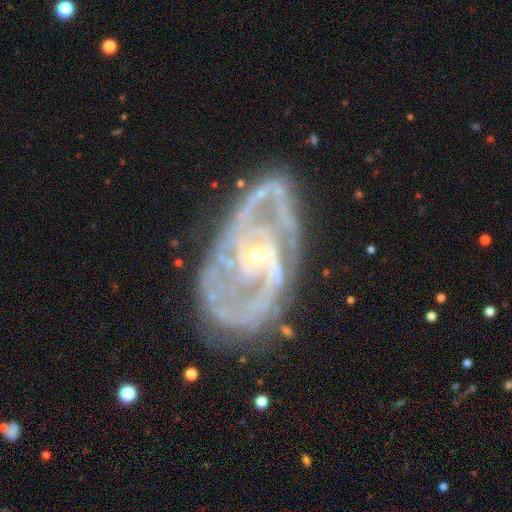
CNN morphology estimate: Q: Smooth or featured?
A: featured or disk (90%); runner-up: star or artifact (6%)
Q: Edge-on disk?
A: no (96%); runner-up: yes (4%)
Q: Bar?
A: no (58%); runner-up: weak (30%)
Q: Spiral arms?
A: yes (96%); runner-up: no (4%)
Q: Spiral winding?
A: medium (47%); runner-up: tight (43%)
Q: Spiral arm count?
A: 2 (62%); runner-up: 3 (14%)
Q: Bulge size?
A: small (77%); runner-up: moderate (19%)
Q: Merging?
A: none (70%); runner-up: minor disturbance (18%)